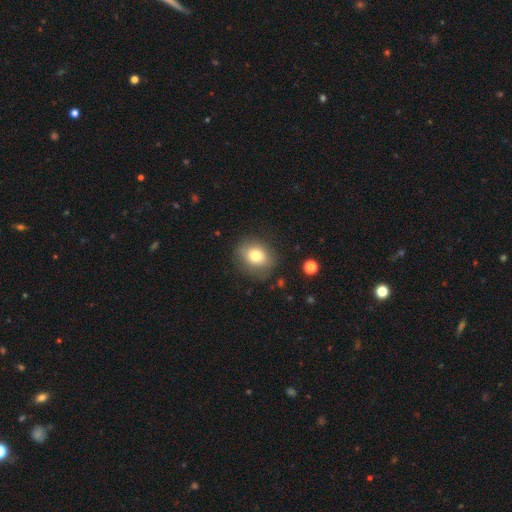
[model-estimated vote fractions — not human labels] smooth_or_featured: smooth (p=0.76) [alt: featured or disk p=0.13]
how_rounded: round (p=0.59) [alt: in between p=0.40]
merging: none (p=0.79) [alt: minor disturbance p=0.15]